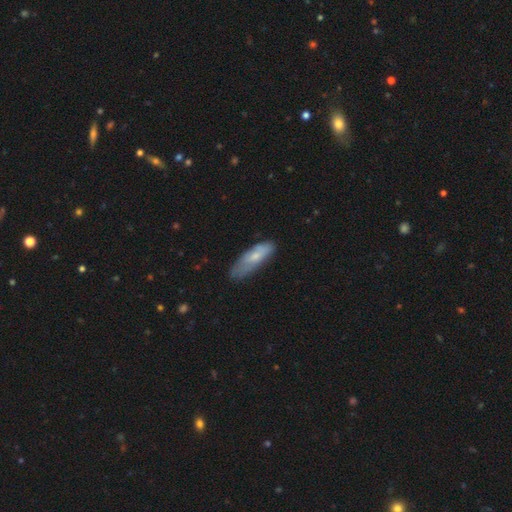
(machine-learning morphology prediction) Smooth or featured: smooth — 66% (featured or disk — 28%)
How rounded: in between — 53% (cigar-shaped — 45%)
Merging: none — 57% (minor disturbance — 32%)